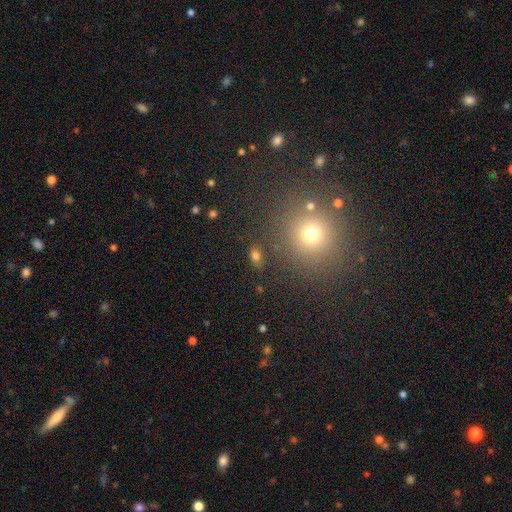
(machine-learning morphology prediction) This appears to be a smooth galaxy with no disk features (77%) that is in between round and cigar-shaped (79%). Merging: none (82%).